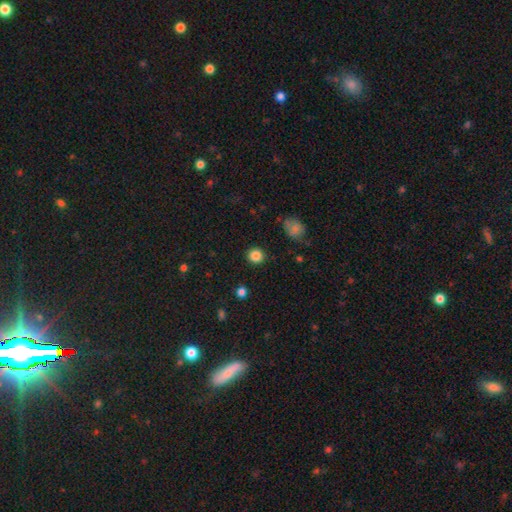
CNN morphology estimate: Smooth or featured? Predicted: smooth (p=0.85). How rounded? Predicted: round (p=0.91). Merging? Predicted: none (p=0.91).